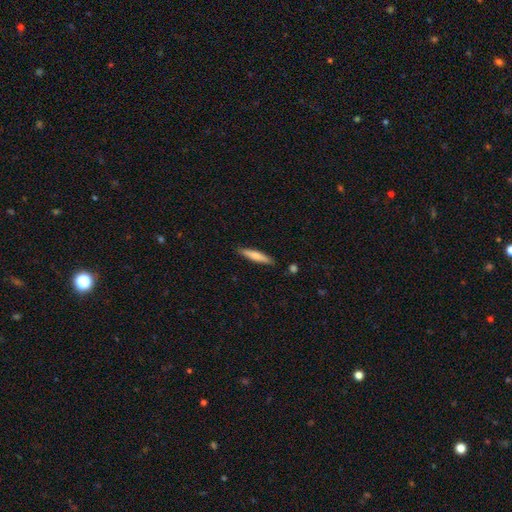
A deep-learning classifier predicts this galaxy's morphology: The model was most divided on "smooth or featured": smooth: 68%, featured or disk: 26%, star or artifact: 6%. More confident: how rounded — cigar-shaped (89%); merging — none (88%).